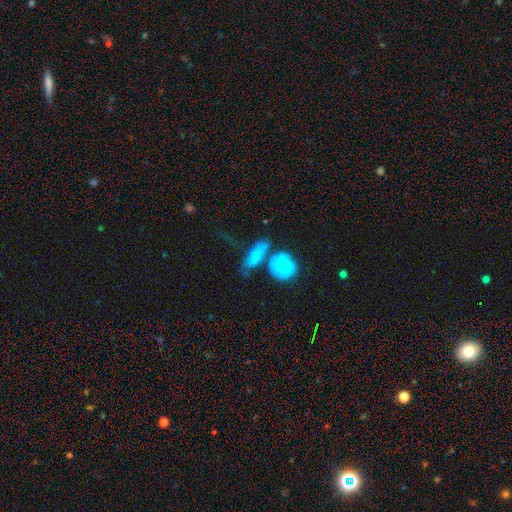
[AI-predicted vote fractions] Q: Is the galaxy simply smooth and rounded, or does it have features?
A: smooth — 55%.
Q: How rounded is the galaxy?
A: in between — 69%.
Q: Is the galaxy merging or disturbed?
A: merger — 41%.